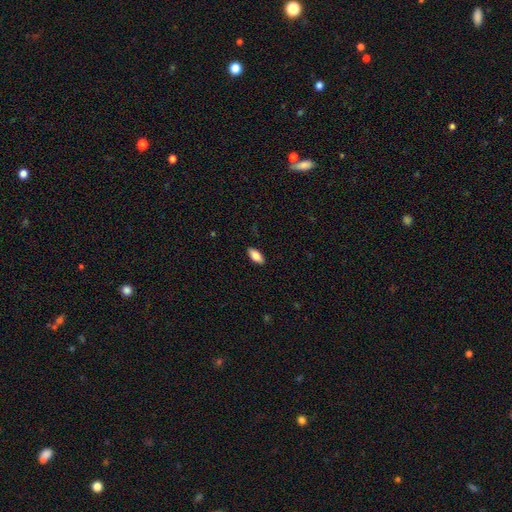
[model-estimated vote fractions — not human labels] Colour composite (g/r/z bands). It shows a smooth galaxy with no disk features (82%) that is in between round and cigar-shaped (87%). Merging: none (89%).